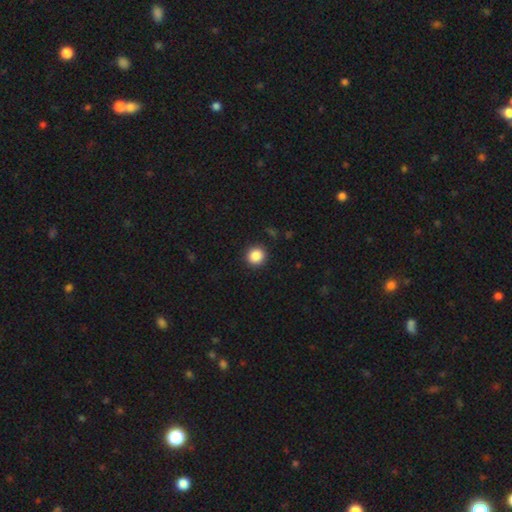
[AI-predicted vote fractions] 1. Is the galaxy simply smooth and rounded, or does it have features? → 87% smooth, 10% star or artifact, 3% featured or disk.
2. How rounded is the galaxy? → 93% round, 6% in between, 1% cigar-shaped.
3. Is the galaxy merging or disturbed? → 90% none, 6% minor disturbance, 2% major disturbance, 1% merger.